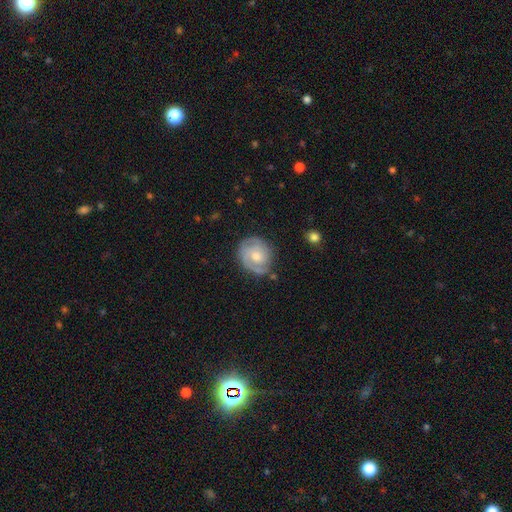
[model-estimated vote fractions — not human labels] smooth-or-featured: featured or disk: 75% | smooth: 20% | star or artifact: 5%
  disk-edge-on: no: 98% | yes: 2%
    bar: no: 69% | weak: 27% | strong: 4%
    has-spiral-arms: yes: 92% | no: 8%
      spiral-winding: tight: 62% | medium: 30% | loose: 8%
      spiral-arm-count: 2: 54% | can't tell: 18% | 1: 12% | 3: 11% | 4: 3% | more than 4: 3%
    bulge-size: moderate: 56% | small: 32% | large: 7% | none: 4% | dominant: 1%
  merging: none: 75% | minor disturbance: 17% | major disturbance: 6% | merger: 2%